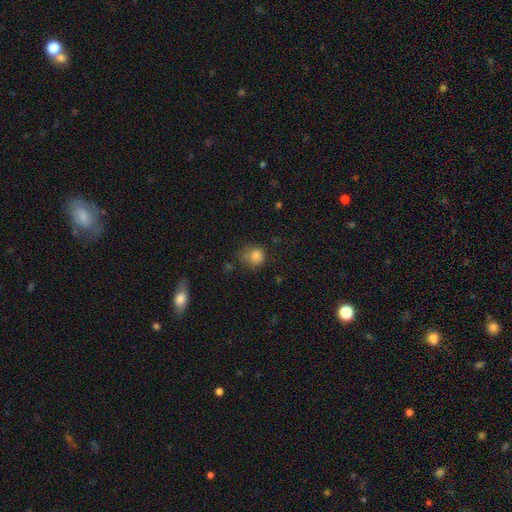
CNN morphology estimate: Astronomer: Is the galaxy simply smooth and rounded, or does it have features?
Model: smooth — 81%.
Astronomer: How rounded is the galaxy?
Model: round — 72%.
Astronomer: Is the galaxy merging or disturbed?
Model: none — 51% (runner-up: minor disturbance, 30%).